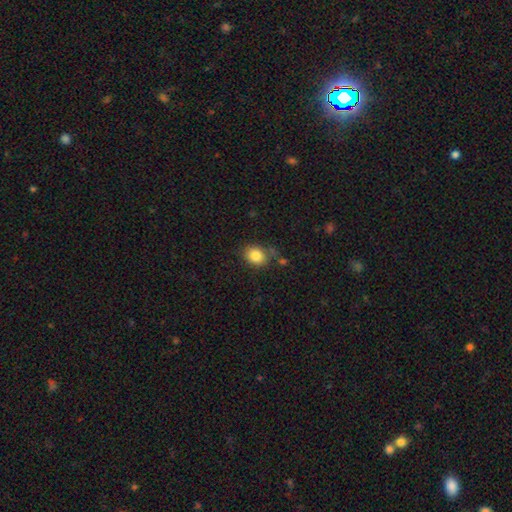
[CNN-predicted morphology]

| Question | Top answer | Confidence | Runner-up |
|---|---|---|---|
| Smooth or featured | smooth | 84% | star or artifact (9%) |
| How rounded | round | 50% | tied: in between (50%) |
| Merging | none | 71% | minor disturbance (17%) |